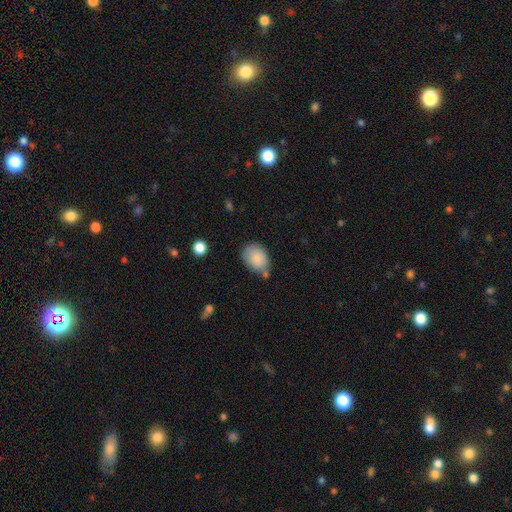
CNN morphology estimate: The model was most divided on "merging": none: 61%, minor disturbance: 23%, merger: 10%, major disturbance: 6%. More confident: smooth or featured — smooth (86%); how rounded — in between (75%).